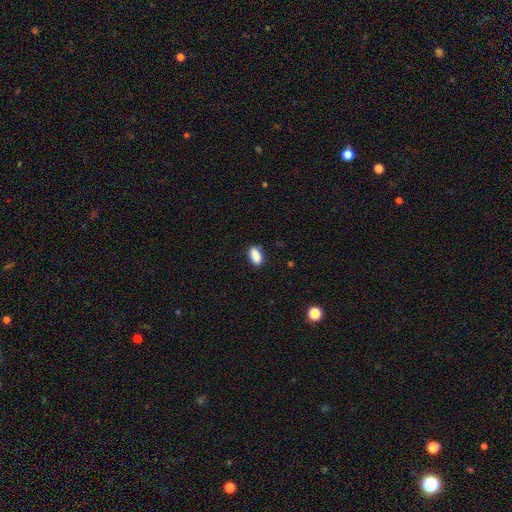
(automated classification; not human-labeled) This appears to be a smooth galaxy with no disk features (89%) that is in between round and cigar-shaped (90%). Merging: none (84%).